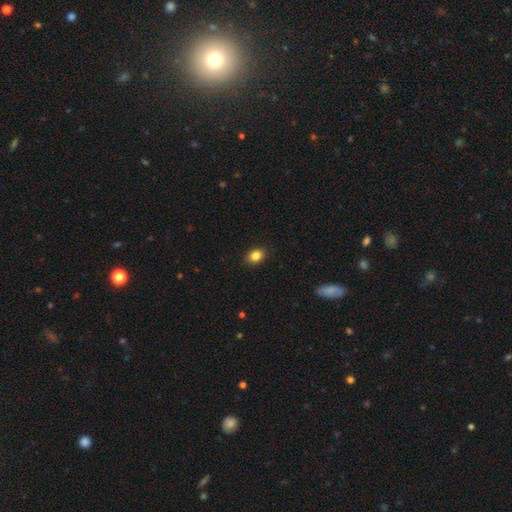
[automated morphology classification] Smooth or featured? smooth (85%)
How rounded? in between (56%)
Merging? none (90%)